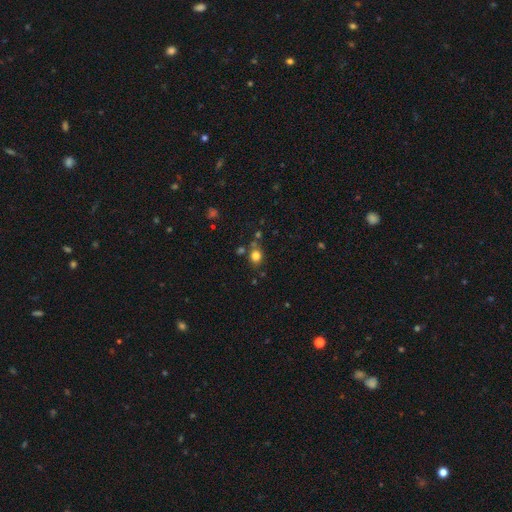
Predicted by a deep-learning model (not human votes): smooth 78%, star or artifact 15%, featured or disk 7%. Down the decision tree: how rounded — round (70%); merging — none (72%).